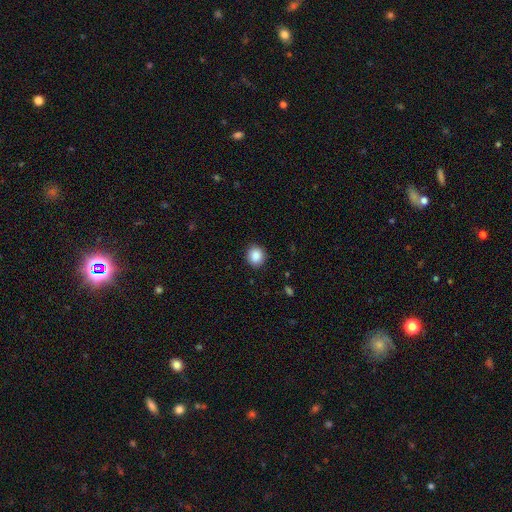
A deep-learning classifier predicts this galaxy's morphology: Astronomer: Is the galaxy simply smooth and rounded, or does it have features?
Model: smooth — 88%.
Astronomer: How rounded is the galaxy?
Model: round — 78%.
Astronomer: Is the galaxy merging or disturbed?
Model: none — 90%.